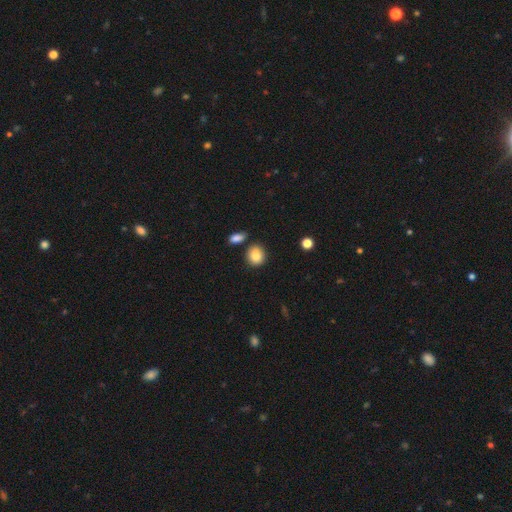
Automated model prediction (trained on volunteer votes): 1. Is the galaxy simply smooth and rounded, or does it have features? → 86% smooth, 9% star or artifact, 6% featured or disk.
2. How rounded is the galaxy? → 68% round, 30% in between, 1% cigar-shaped.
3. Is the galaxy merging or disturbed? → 73% none, 15% minor disturbance, 9% merger, 3% major disturbance.